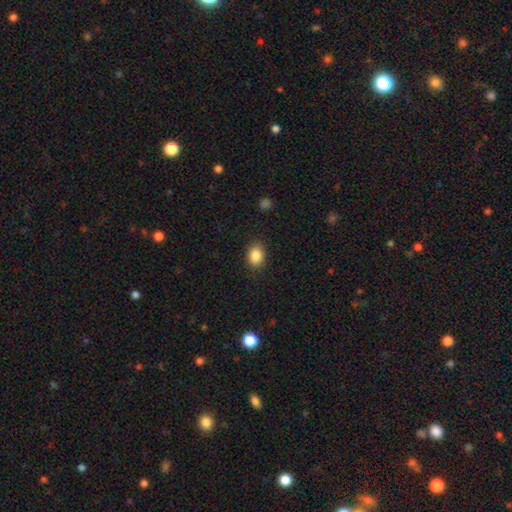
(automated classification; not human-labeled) This is clearly a smooth galaxy (87%). How rounded: likely in between (70%). Merging: clearly none (87%).